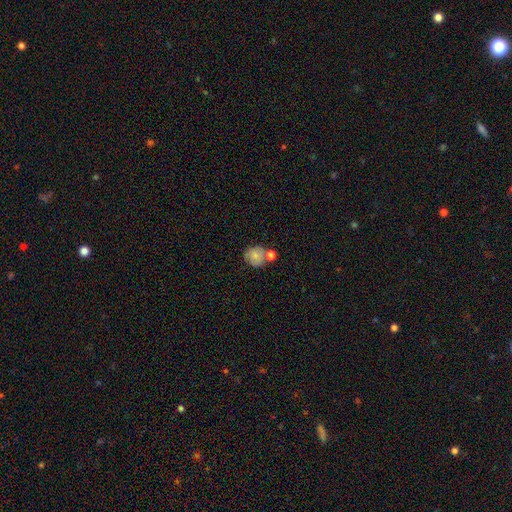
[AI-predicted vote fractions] smooth 75%, featured or disk 15%, star or artifact 9%. Down the decision tree: how rounded — round (79%); merging — none (50%).